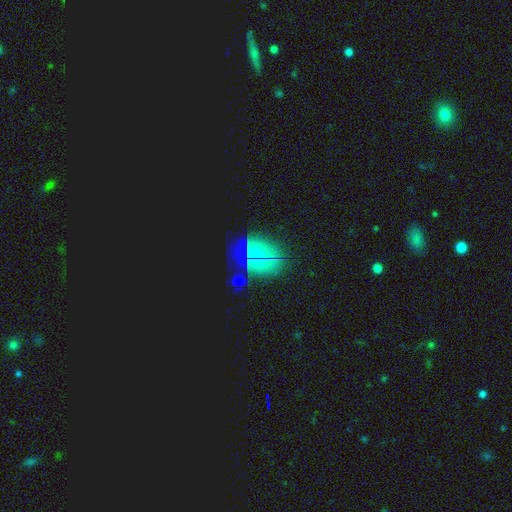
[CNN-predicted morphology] This appears to be a smooth galaxy with no disk features (43%). Merging: none (67%).